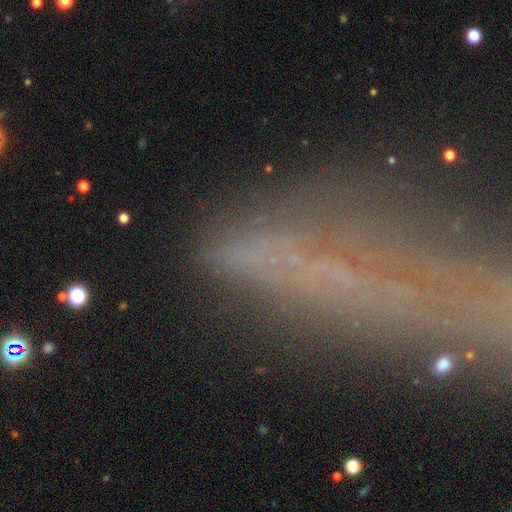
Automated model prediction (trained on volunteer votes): Smooth or featured?
  - star or artifact: 37% * (tied)
  - featured or disk: 37% * (tied)
  - smooth: 26%